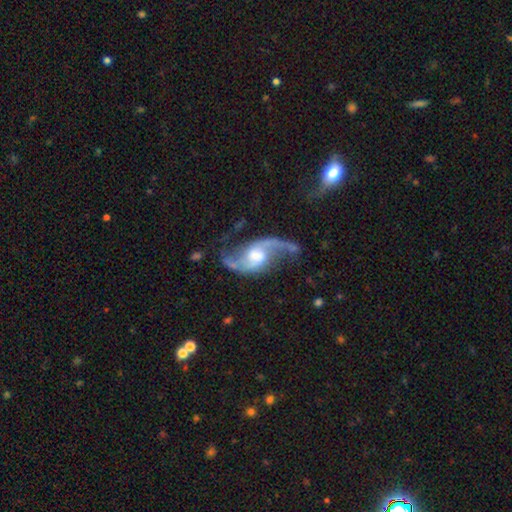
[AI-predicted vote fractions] The model was most divided on "bar": weak: 47%, no: 40%, strong: 14%. Remaining: spiral arms — yes (97%); edge-on disk — no (97%); spiral arm count — 2 (93%); smooth or featured — featured or disk (91%); spiral winding — loose (69%); merging — none (66%); bulge size — moderate (50%).